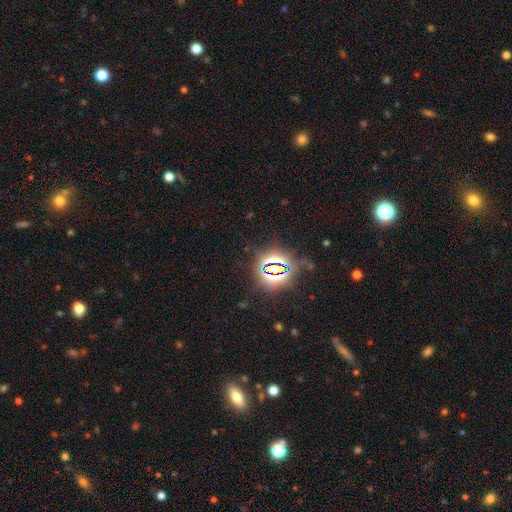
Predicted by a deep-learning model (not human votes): Q: Smooth or featured?
A: star or artifact (81%); runner-up: smooth (11%)